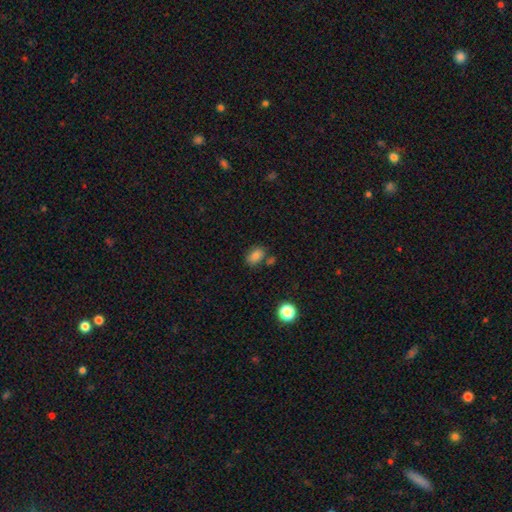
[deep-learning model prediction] Morphology: type=smooth (80%); roundness=in between (79%); merging=none (71%).